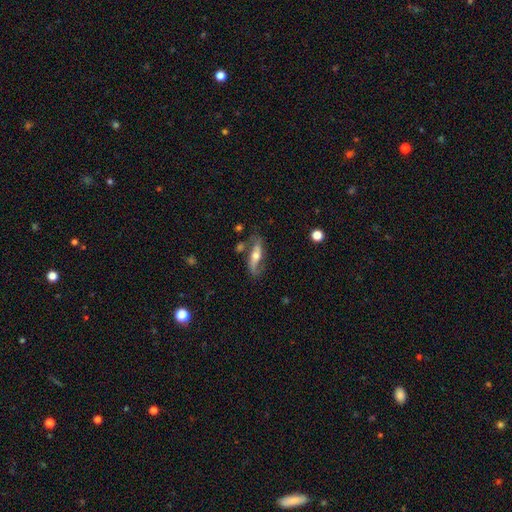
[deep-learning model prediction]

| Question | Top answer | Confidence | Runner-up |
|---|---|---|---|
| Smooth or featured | featured or disk | 64% | smooth (30%) |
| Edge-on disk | no | 63% | yes (37%) |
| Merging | none | 65% | minor disturbance (20%) |